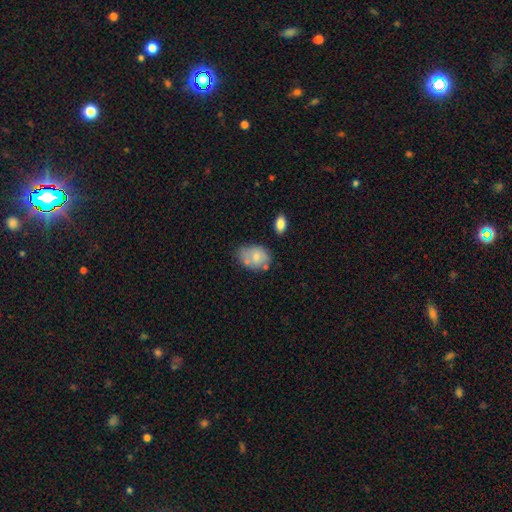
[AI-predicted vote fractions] smooth-or-featured: smooth: 69% | featured or disk: 24% | star or artifact: 8%
  how-rounded: in between: 76% | round: 23% | cigar-shaped: 1%
  merging: none: 48% | minor disturbance: 30% | merger: 13% | major disturbance: 9%